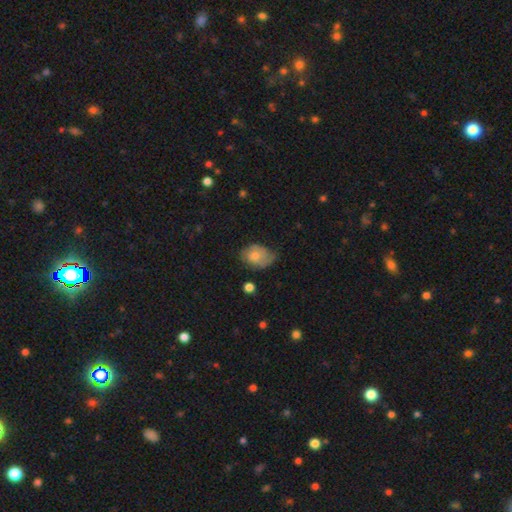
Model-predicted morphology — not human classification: The model was most divided on "merging": none: 47%, minor disturbance: 37%, major disturbance: 13%, merger: 2%. More confident: how rounded — in between (72%); smooth or featured — smooth (57%).